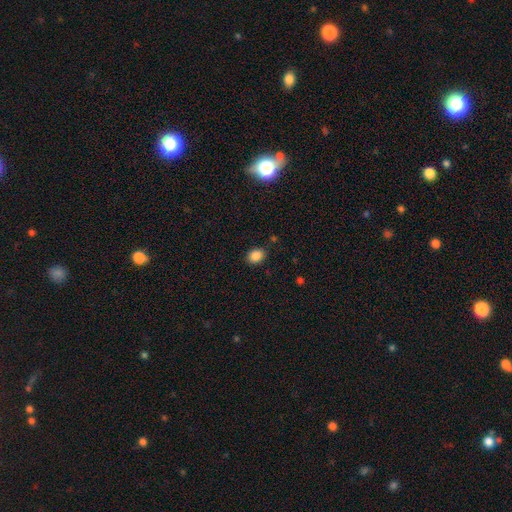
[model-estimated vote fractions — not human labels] smooth 86%, star or artifact 10%, featured or disk 4%. Down the decision tree: how rounded — in between (61%); merging — none (84%).